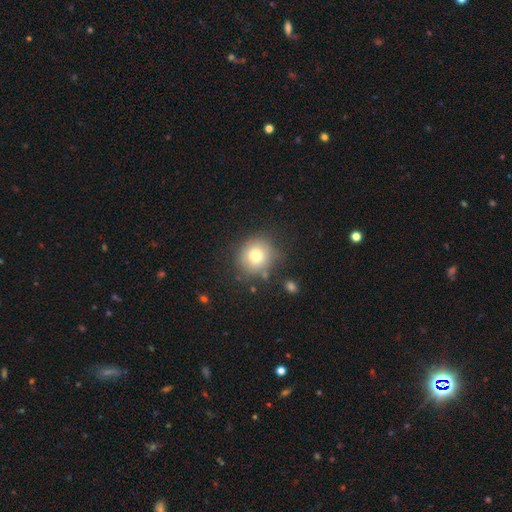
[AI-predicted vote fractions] Q: Smooth or featured?
A: smooth (74%); runner-up: featured or disk (14%)
Q: How rounded?
A: round (86%); runner-up: in between (13%)
Q: Merging?
A: none (78%); runner-up: minor disturbance (13%)